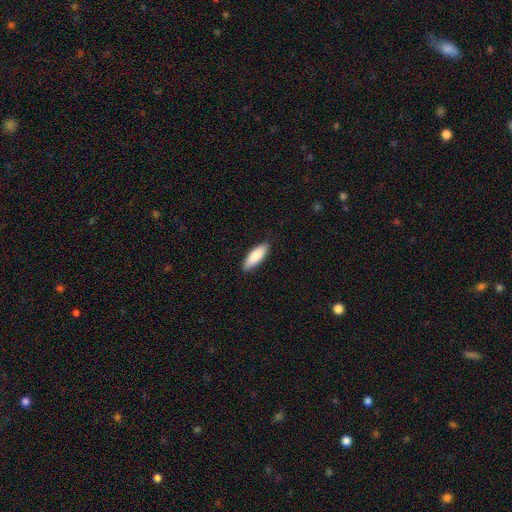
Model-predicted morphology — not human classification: Smooth or featured: smooth — 85% (featured or disk — 9%)
How rounded: in between — 60% (cigar-shaped — 39%)
Merging: none — 87% (minor disturbance — 10%)